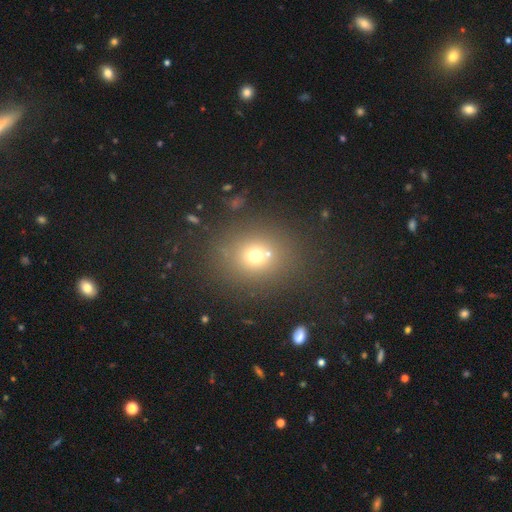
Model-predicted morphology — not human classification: Smooth or featured? smooth (66%)
How rounded? round (75%)
Merging? none (74%)